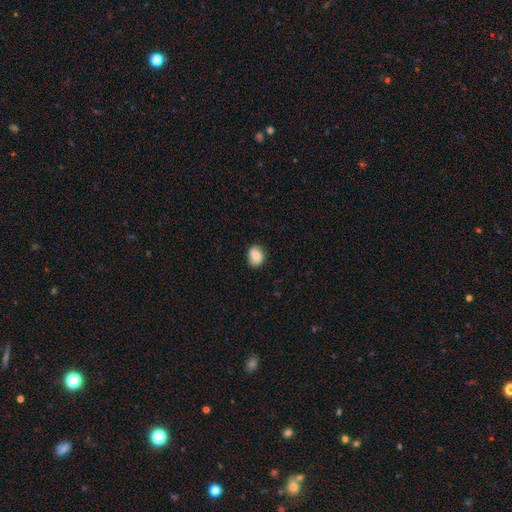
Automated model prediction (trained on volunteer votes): Smooth or featured? Predicted: smooth (p=0.85). How rounded? Predicted: round (p=0.50). Merging? Predicted: none (p=0.80).